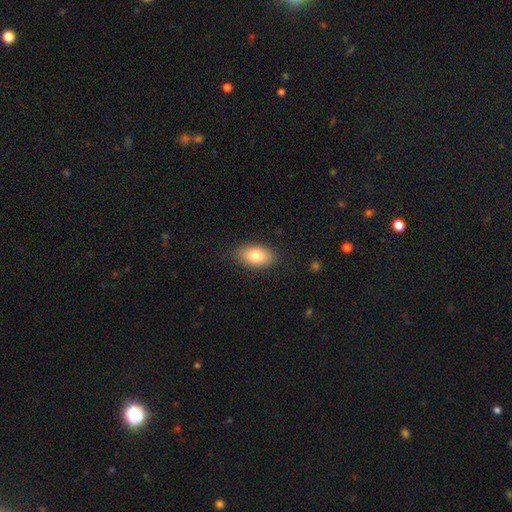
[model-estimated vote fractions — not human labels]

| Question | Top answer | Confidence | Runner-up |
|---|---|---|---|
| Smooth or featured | smooth | 80% | featured or disk (13%) |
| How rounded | in between | 90% | round (8%) |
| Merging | none | 84% | minor disturbance (12%) |